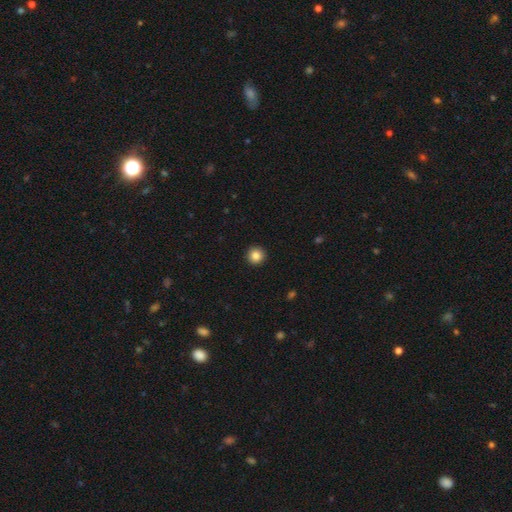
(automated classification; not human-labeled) Smooth or featured?
  - smooth: 85% *
  - star or artifact: 10%
  - featured or disk: 5%
How rounded?
  - round: 96% *
  - in between: 4%
  - cigar-shaped: 1%
Merging?
  - none: 94% *
  - minor disturbance: 4%
  - major disturbance: 1%
  - merger: 1%